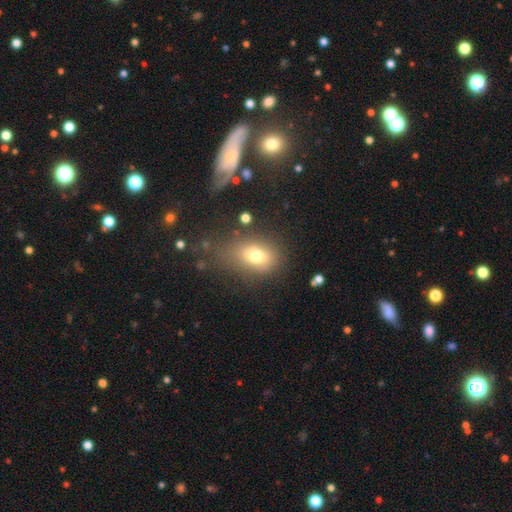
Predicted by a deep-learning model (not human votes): This appears to be a smooth galaxy with no disk features (73%) that is in between round and cigar-shaped (70%). Merging: none (59%).